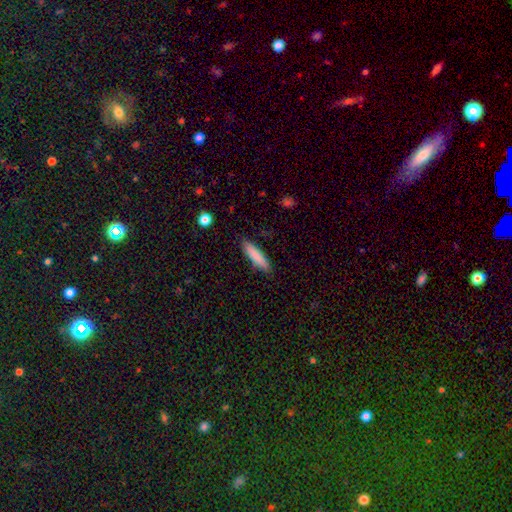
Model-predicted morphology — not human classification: Overall: smooth (85%). How rounded: cigar-shaped (75%). Merging: none (86%).